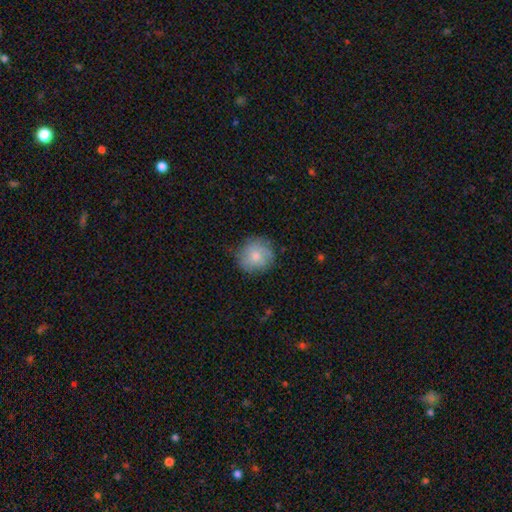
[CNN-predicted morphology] Smooth or featured: smooth — 69% (featured or disk — 23%)
How rounded: round — 89% (in between — 10%)
Merging: none — 77% (minor disturbance — 17%)